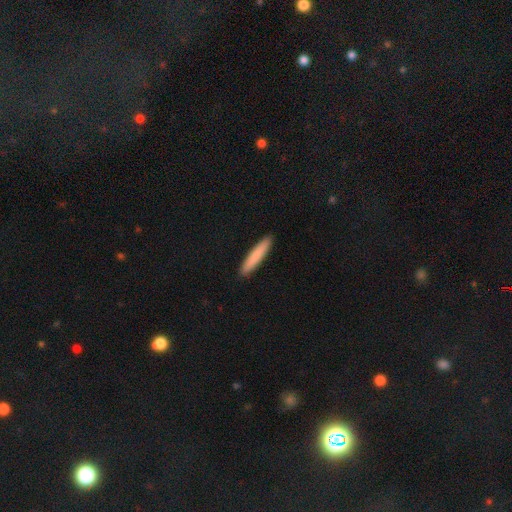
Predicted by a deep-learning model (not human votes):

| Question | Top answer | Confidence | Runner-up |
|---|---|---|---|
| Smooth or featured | smooth | 84% | featured or disk (11%) |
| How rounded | cigar-shaped | 92% | in between (7%) |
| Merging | none | 92% | minor disturbance (6%) |